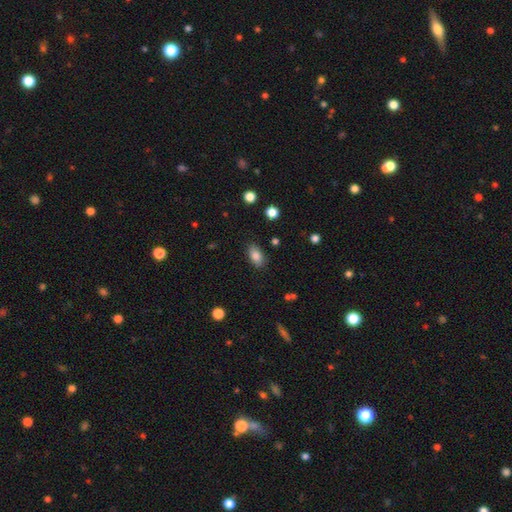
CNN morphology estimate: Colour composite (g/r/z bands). It shows a smooth galaxy with no disk features (85%) that is in between round and cigar-shaped (90%). Merging: none (84%).